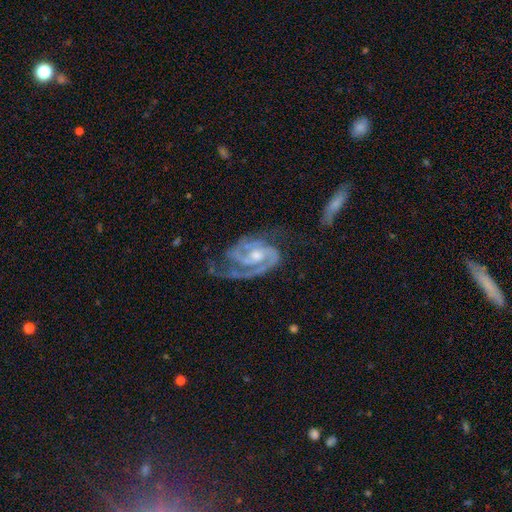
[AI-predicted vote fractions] Smooth or featured?
  - featured or disk: 93% *
  - star or artifact: 4%
  - smooth: 3%
Edge-on disk?
  - no: 97% *
  - yes: 3%
Bar?
  - no: 54% *
  - weak: 36%
  - strong: 11%
Spiral arms?
  - yes: 98% *
  - no: 2%
Spiral winding?
  - tight: 49% *
  - medium: 43%
  - loose: 8%
Spiral arm count?
  - 2: 76% *
  - 3: 10%
  - can't tell: 5%
  - 1: 5%
  - 4: 2%
  - more than 4: 2%
Bulge size?
  - moderate: 54% *
  - small: 37%
  - large: 4%
  - none: 3%
  - dominant: 1%
Merging?
  - none: 57% *
  - minor disturbance: 22%
  - major disturbance: 18%
  - merger: 3%